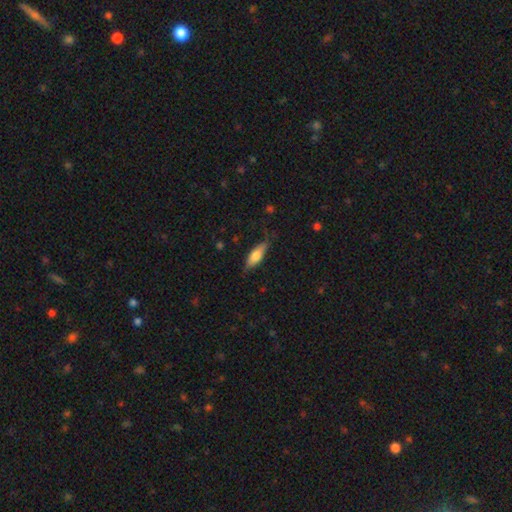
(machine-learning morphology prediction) Smooth or featured? smooth (65%)
How rounded? in between (57%)
Merging? none (74%)